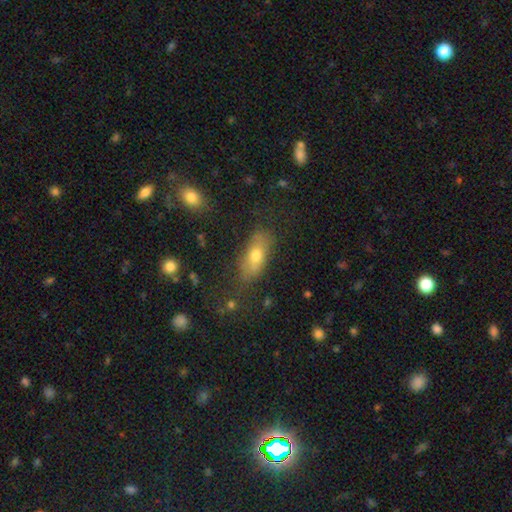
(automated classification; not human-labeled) Smooth or featured?
  - smooth: 68% *
  - featured or disk: 22%
  - star or artifact: 10%
How rounded?
  - in between: 75% *
  - cigar-shaped: 19%
  - round: 6%
Merging?
  - none: 72% *
  - minor disturbance: 18%
  - major disturbance: 8%
  - merger: 3%